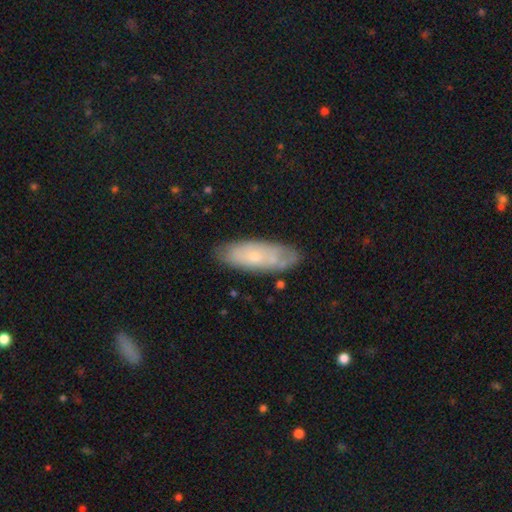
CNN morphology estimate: smooth 51%, featured or disk 42%, star or artifact 7%. Down the decision tree: how rounded — in between (69%); merging — none (74%).